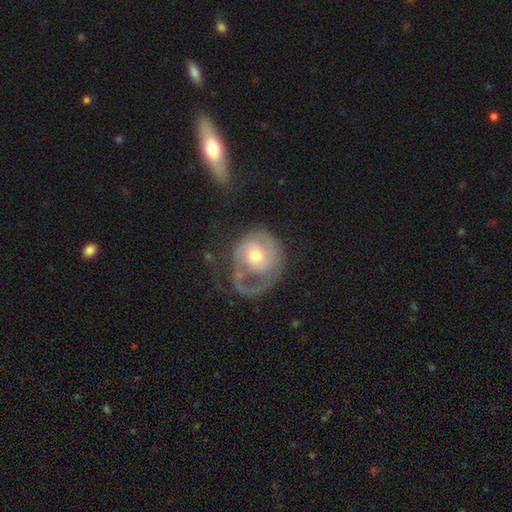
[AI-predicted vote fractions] Smooth or featured: featured or disk — 65% (smooth — 28%)
Edge-on disk: no — 97% (yes — 3%)
Bar: no — 74% (weak — 22%)
Spiral arms: yes — 75% (no — 25%)
Bulge size: moderate — 60% (small — 30%)
Merging: major disturbance — 44% (none — 33%)